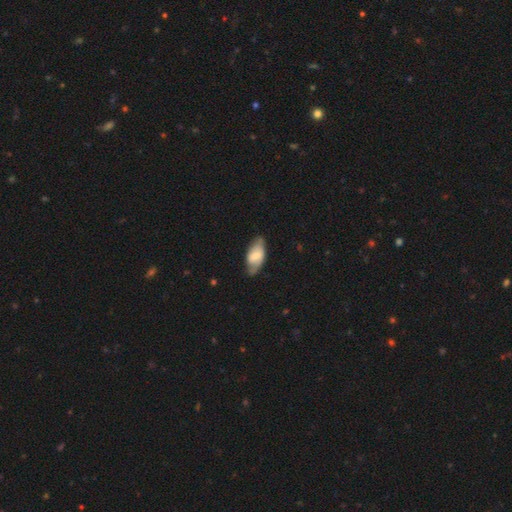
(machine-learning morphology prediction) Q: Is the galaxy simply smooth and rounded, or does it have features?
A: smooth — 56%.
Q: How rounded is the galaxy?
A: in between — 91%.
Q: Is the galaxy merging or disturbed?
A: none — 64%.